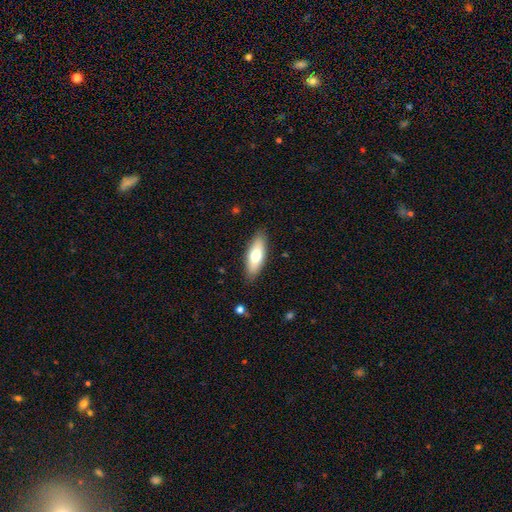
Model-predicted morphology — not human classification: A smooth galaxy with no disk features (67%) that is in between round and cigar-shaped (68%).

Vote fractions:
- Smooth or featured? smooth: 67% / featured or disk: 27% / star or artifact: 6%
- How rounded? in between: 68% / cigar-shaped: 30% / round: 2%
- Merging? none: 86% / minor disturbance: 10% / major disturbance: 2% / merger: 1%